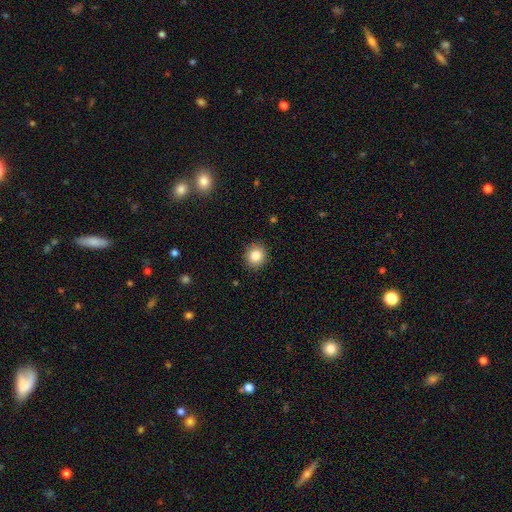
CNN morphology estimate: A smooth galaxy with no disk features (84%) that is round (85%).

Vote fractions:
- Smooth or featured? smooth: 84% / star or artifact: 10% / featured or disk: 6%
- How rounded? round: 85% / in between: 14% / cigar-shaped: 1%
- Merging? none: 90% / minor disturbance: 7% / major disturbance: 2% / merger: 1%